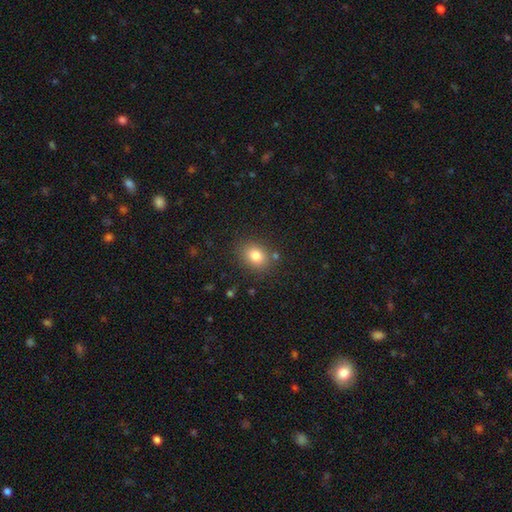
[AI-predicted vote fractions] Morphology: type=smooth (82%); roundness=in between (58%); merging=none (82%).